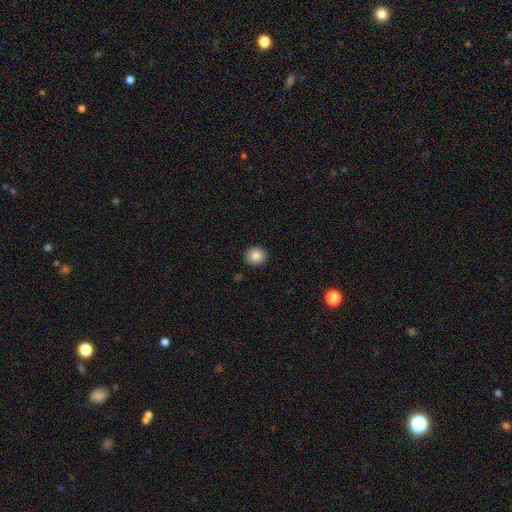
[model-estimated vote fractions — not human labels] This appears to be a smooth galaxy with no disk features (86%) that is round (84%). Merging: none (91%).